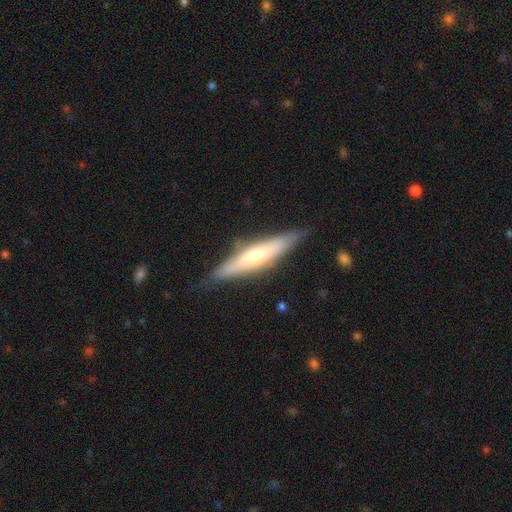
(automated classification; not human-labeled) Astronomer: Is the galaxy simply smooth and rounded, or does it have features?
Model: smooth — 49% (runner-up: featured or disk, 45%).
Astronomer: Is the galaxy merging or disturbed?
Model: none — 79%.